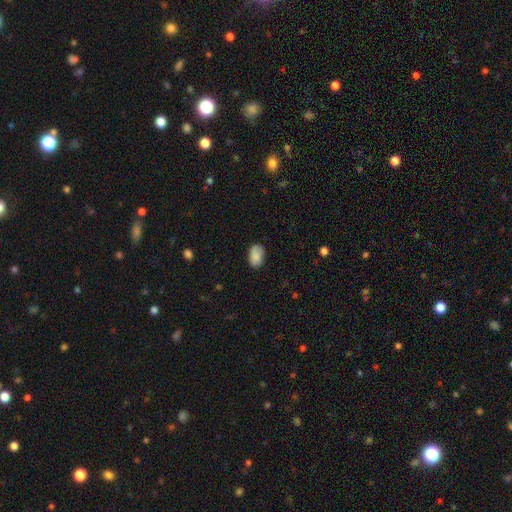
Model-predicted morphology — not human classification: smooth-or-featured: smooth: 85% | featured or disk: 8% | star or artifact: 7%
  how-rounded: in between: 90% | round: 9% | cigar-shaped: 1%
  merging: none: 77% | minor disturbance: 18% | major disturbance: 3% | merger: 1%